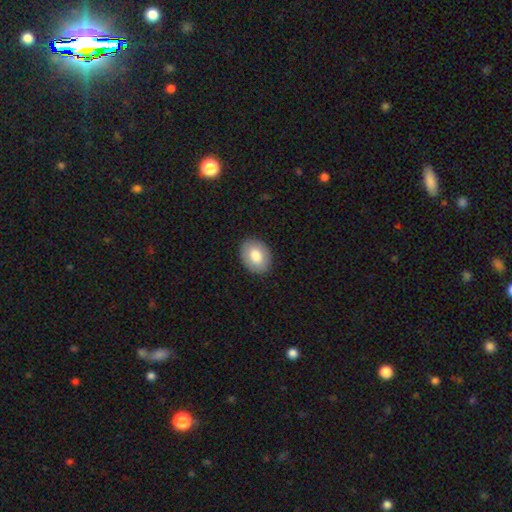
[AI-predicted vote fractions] smooth-or-featured: smooth: 79% | featured or disk: 14% | star or artifact: 7%
  how-rounded: in between: 65% | round: 35% | cigar-shaped: 1%
  merging: none: 89% | minor disturbance: 8% | major disturbance: 2% | merger: 1%